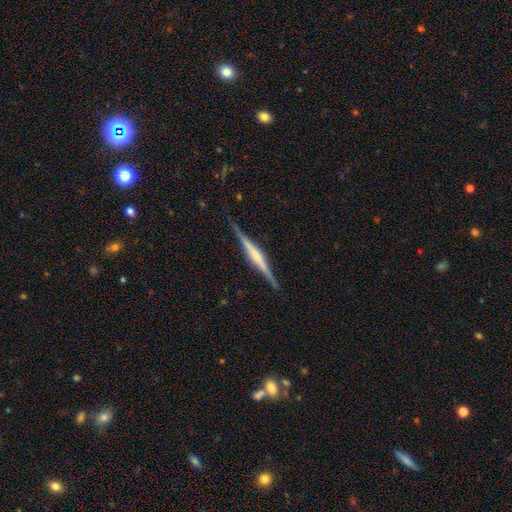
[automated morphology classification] A featured or disk galaxy (78%) viewed edge-on (98%) with a rounded central bulge (52%). Merging: none (89%).